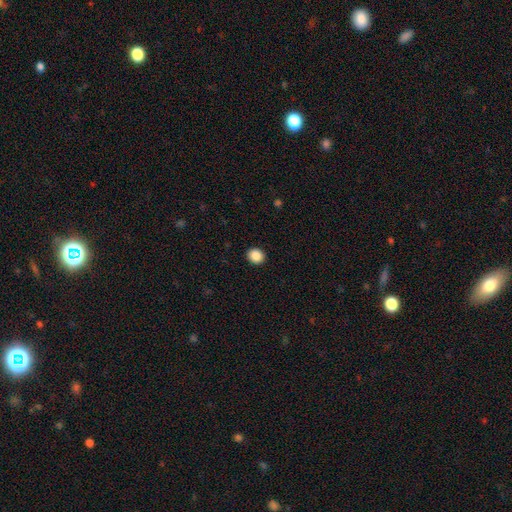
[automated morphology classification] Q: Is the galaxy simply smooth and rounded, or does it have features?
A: smooth — 88%.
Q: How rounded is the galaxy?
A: round — 73%.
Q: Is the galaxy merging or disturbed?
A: none — 92%.